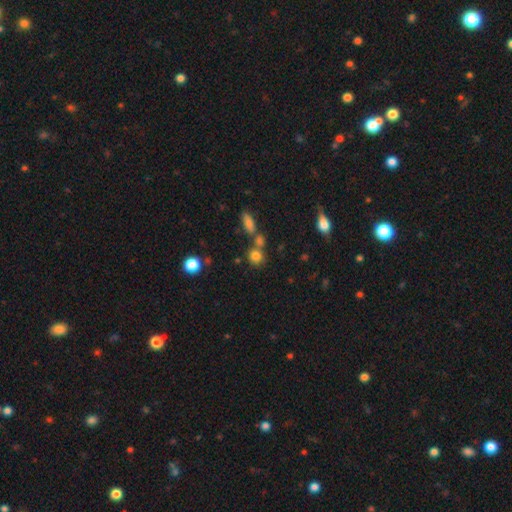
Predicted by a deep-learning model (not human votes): A smooth galaxy with no disk features (79%) that is round (80%).

Vote fractions:
- Smooth or featured? smooth: 79% / star or artifact: 13% / featured or disk: 7%
- How rounded? round: 80% / in between: 18% / cigar-shaped: 2%
- Merging? none: 60% / merger: 27% / minor disturbance: 9% / major disturbance: 4%